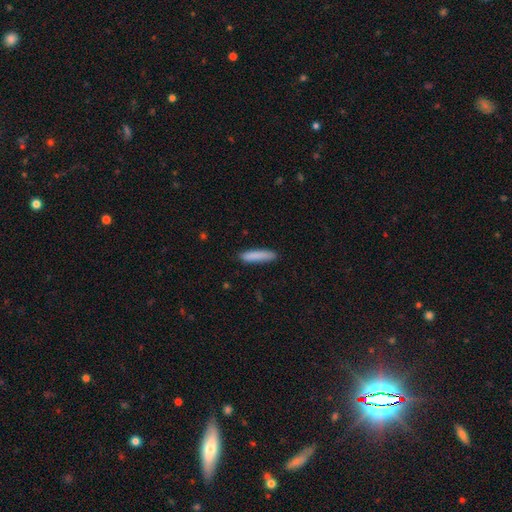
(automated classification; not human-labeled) This appears to be a smooth galaxy with no disk features (86%) that is cigar-shaped (85%). Merging: none (86%).